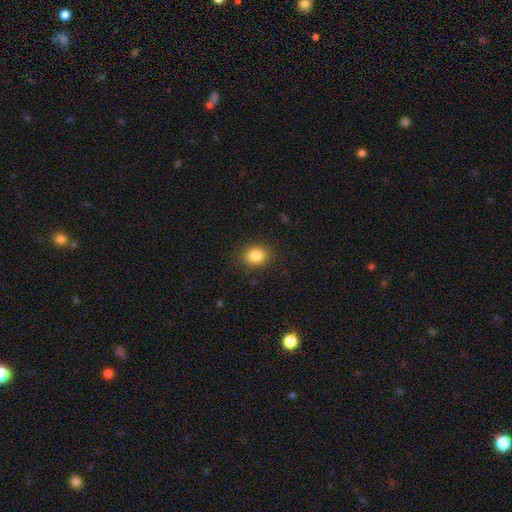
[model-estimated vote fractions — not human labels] smooth-or-featured: smooth: 84% | star or artifact: 10% | featured or disk: 6%
  how-rounded: round: 61% | in between: 38% | cigar-shaped: 1%
  merging: none: 88% | minor disturbance: 8% | major disturbance: 3% | merger: 1%